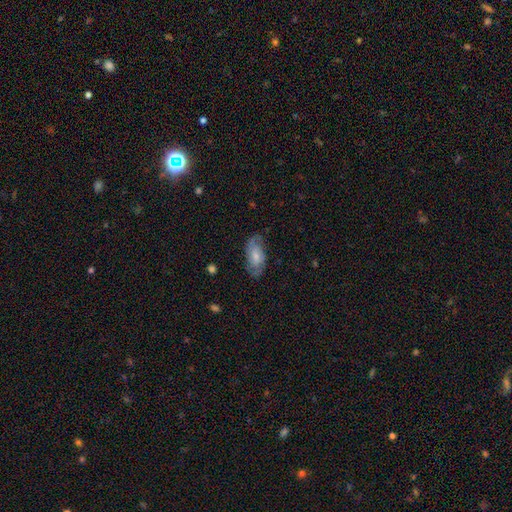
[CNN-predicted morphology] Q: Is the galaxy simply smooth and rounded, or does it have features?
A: featured or disk — 49%.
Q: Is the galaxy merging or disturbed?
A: none — 69%.